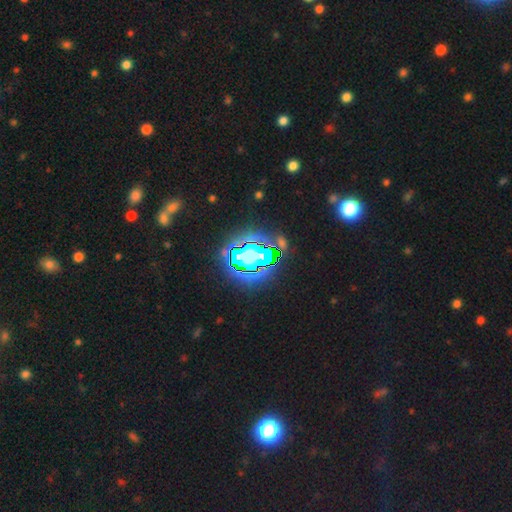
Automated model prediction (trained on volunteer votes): A star or artifact, not a galaxy (76%).